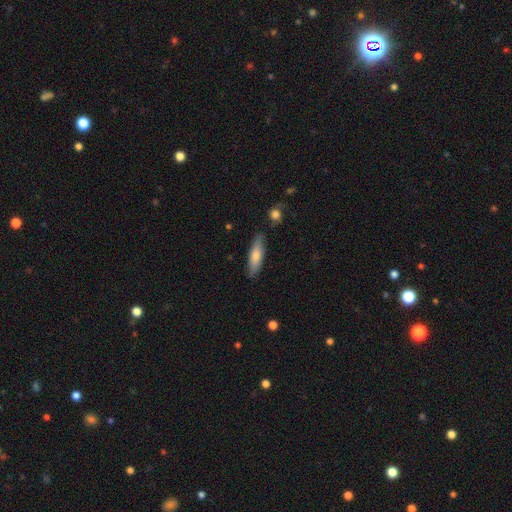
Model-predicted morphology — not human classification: Q: Smooth or featured?
A: smooth (69%); runner-up: featured or disk (25%)
Q: How rounded?
A: cigar-shaped (62%); runner-up: in between (36%)
Q: Merging?
A: none (82%); runner-up: minor disturbance (13%)